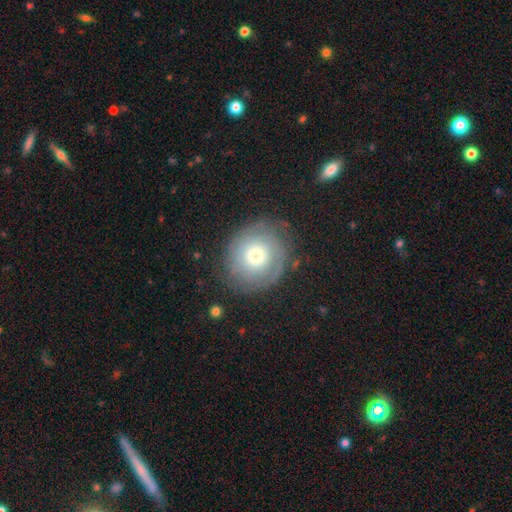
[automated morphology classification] smooth-or-featured: smooth: 57% | featured or disk: 34% | star or artifact: 9%
  how-rounded: round: 85% | in between: 14% | cigar-shaped: 1%
  merging: none: 75% | minor disturbance: 16% | major disturbance: 7% | merger: 2%